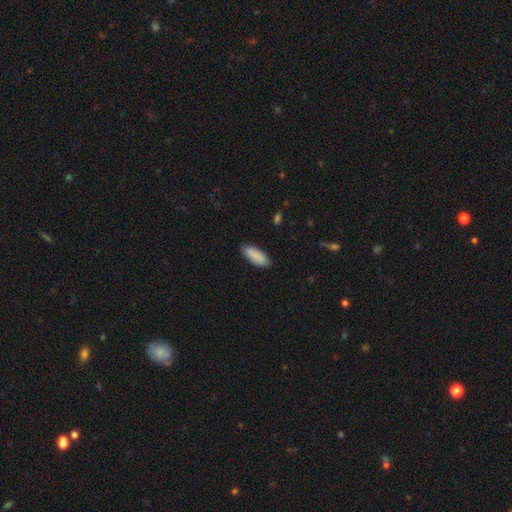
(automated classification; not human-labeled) Smooth or featured? Predicted: smooth (p=0.89). How rounded? Predicted: in between (p=0.77). Merging? Predicted: none (p=0.85).